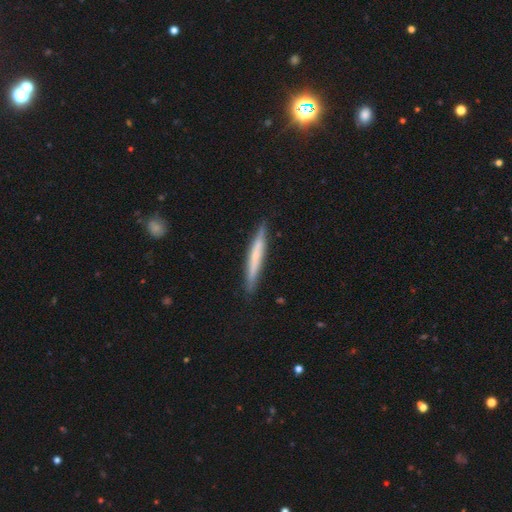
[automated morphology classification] Smooth or featured? Predicted: smooth (p=0.53). How rounded? Predicted: cigar-shaped (p=0.96). Merging? Predicted: none (p=0.88).